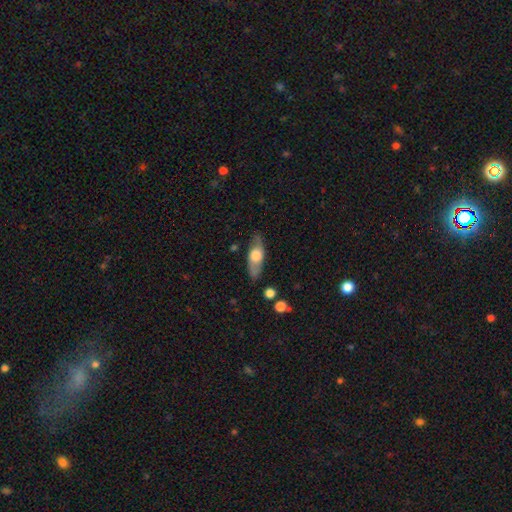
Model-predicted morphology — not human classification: The model was most divided on "smooth or featured": smooth: 49%, featured or disk: 45%, star or artifact: 6%. More confident: merging — none (78%).